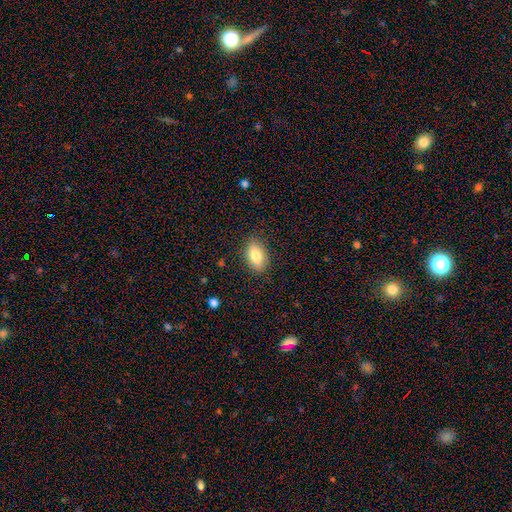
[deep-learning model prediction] Overall: smooth (79%). How rounded: in between (87%). Merging: none (85%).